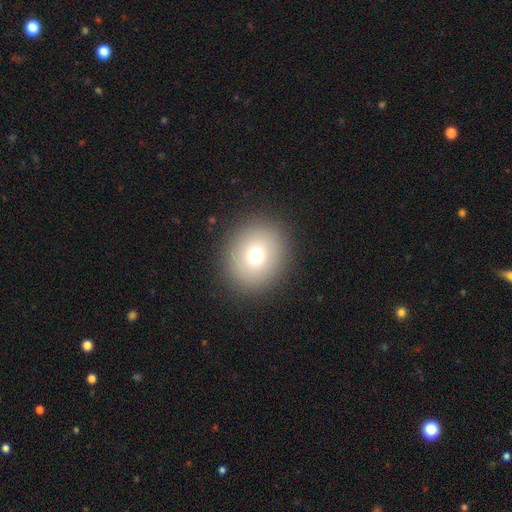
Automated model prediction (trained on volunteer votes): A smooth galaxy with no disk features (72%) that is round (74%). Merging: none (90%).